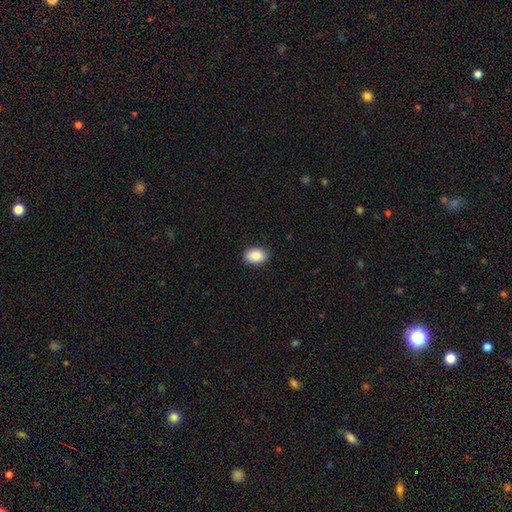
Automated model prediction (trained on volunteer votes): Smooth or featured?
  - smooth: 89% *
  - star or artifact: 7%
  - featured or disk: 4%
How rounded?
  - in between: 81% *
  - round: 18%
  - cigar-shaped: 1%
Merging?
  - none: 88% *
  - minor disturbance: 9%
  - major disturbance: 2%
  - merger: 1%